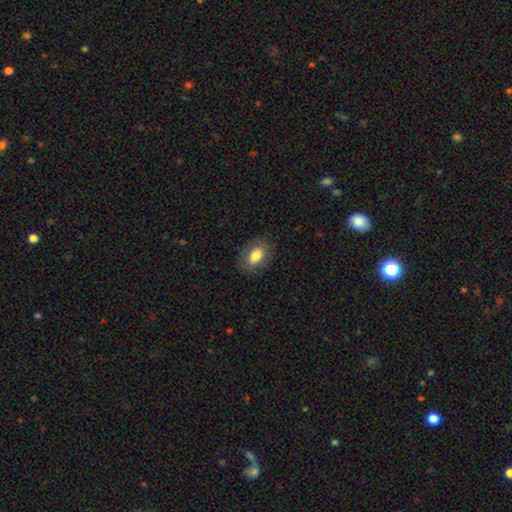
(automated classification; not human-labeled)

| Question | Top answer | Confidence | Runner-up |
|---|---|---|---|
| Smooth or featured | smooth | 80% | featured or disk (13%) |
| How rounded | in between | 88% | round (10%) |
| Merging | none | 84% | minor disturbance (11%) |